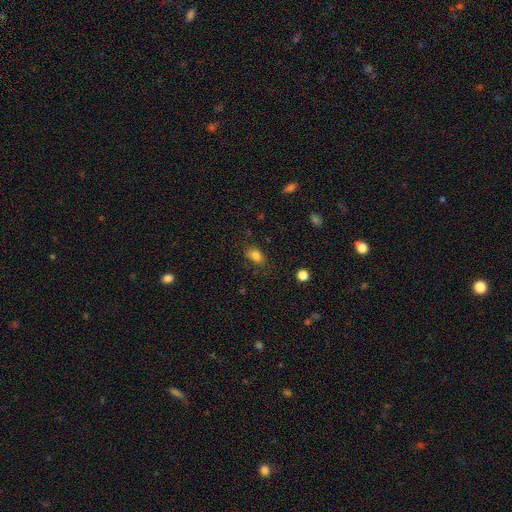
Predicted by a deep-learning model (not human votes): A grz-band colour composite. It shows a smooth galaxy with no disk features (82%) that is in between round and cigar-shaped (78%). Merging: none (70%).